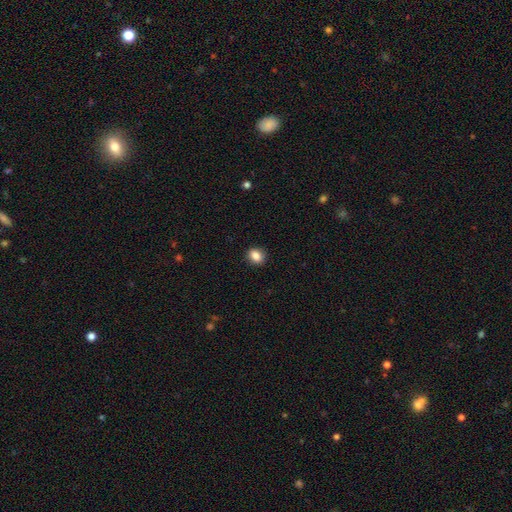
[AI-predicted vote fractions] smooth_or_featured: smooth (p=0.87) [alt: star or artifact p=0.09]
how_rounded: round (p=0.59) [alt: in between p=0.40]
merging: none (p=0.89) [alt: minor disturbance p=0.08]